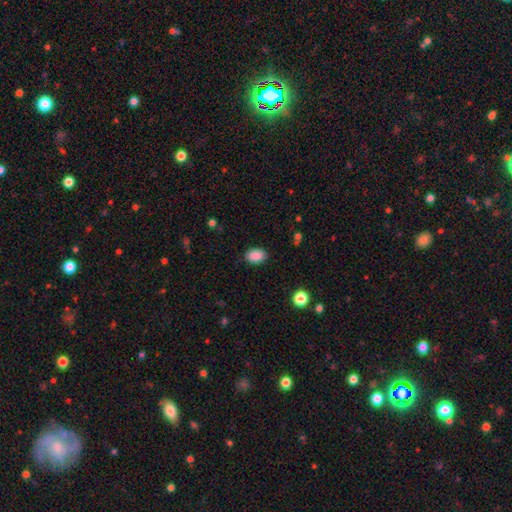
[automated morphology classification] Smooth or featured? smooth (88%)
How rounded? in between (83%)
Merging? none (87%)